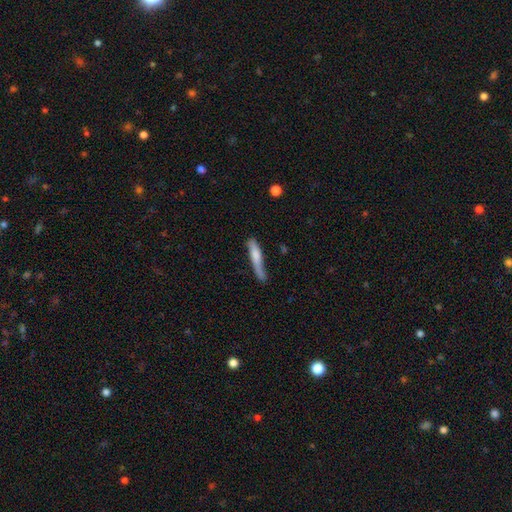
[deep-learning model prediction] A smooth galaxy with no disk features (67%) that is cigar-shaped (89%).

Vote fractions:
- Smooth or featured? smooth: 67% / featured or disk: 27% / star or artifact: 6%
- How rounded? cigar-shaped: 89% / in between: 9% / round: 2%
- Merging? none: 51% / minor disturbance: 31% / major disturbance: 11% / merger: 6%